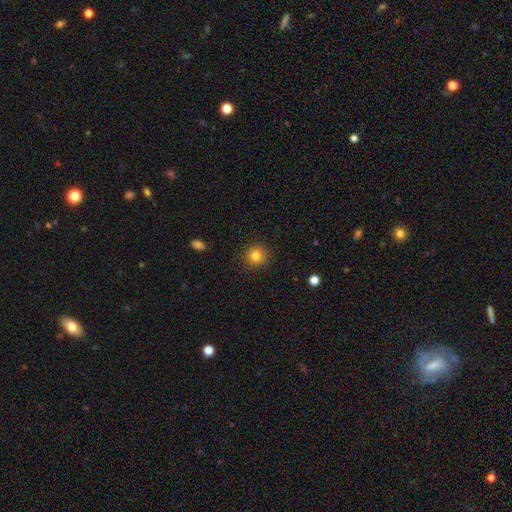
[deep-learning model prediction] smooth-or-featured: smooth: 82% | star or artifact: 12% | featured or disk: 6%
  how-rounded: round: 93% | in between: 6% | cigar-shaped: 1%
  merging: none: 90% | minor disturbance: 6% | major disturbance: 2% | merger: 1%